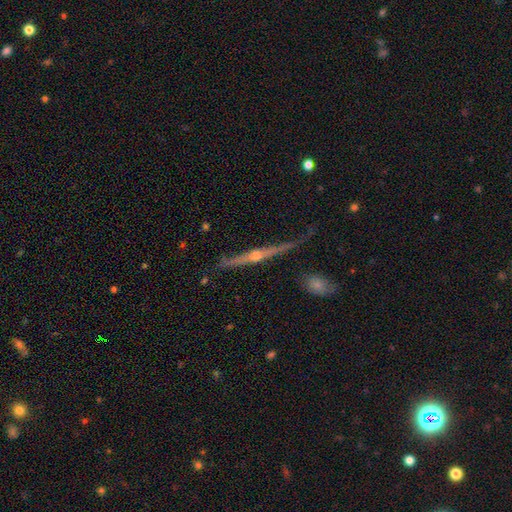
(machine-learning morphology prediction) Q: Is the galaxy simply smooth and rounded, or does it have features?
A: featured or disk — 79%.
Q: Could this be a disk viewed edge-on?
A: yes — 96%.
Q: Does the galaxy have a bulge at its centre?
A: rounded — 86%.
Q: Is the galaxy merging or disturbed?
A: none — 69%.